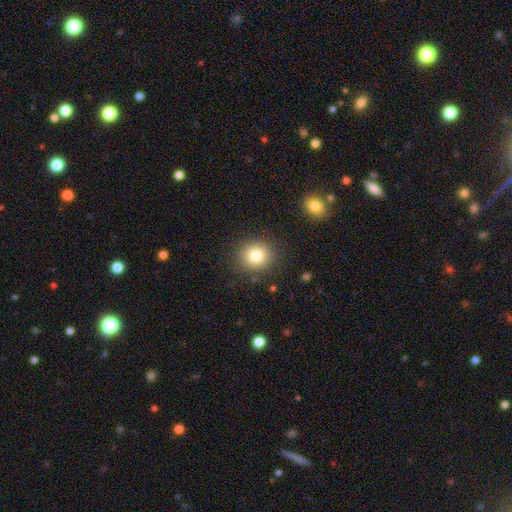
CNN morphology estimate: Q: Smooth or featured?
A: smooth (80%); runner-up: star or artifact (11%)
Q: How rounded?
A: round (87%); runner-up: in between (12%)
Q: Merging?
A: none (88%); runner-up: minor disturbance (8%)